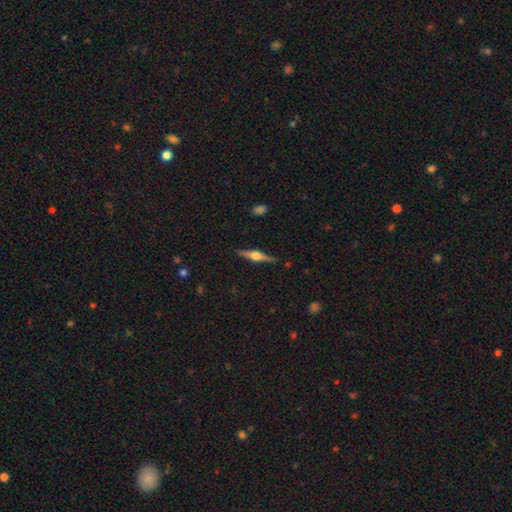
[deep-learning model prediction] Morphology: type=featured or disk (77%); edge-on=yes (98%); edge-on bulge=rounded (92%); merging=none (89%).